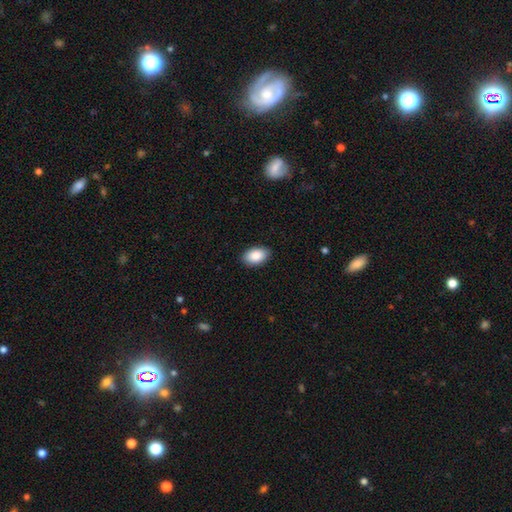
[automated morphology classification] A smooth galaxy with no disk features (89%) that is in between round and cigar-shaped (92%).

Vote fractions:
- Smooth or featured? smooth: 89% / star or artifact: 6% / featured or disk: 5%
- How rounded? in between: 92% / round: 7% / cigar-shaped: 1%
- Merging? none: 89% / minor disturbance: 9% / major disturbance: 2% / merger: 1%